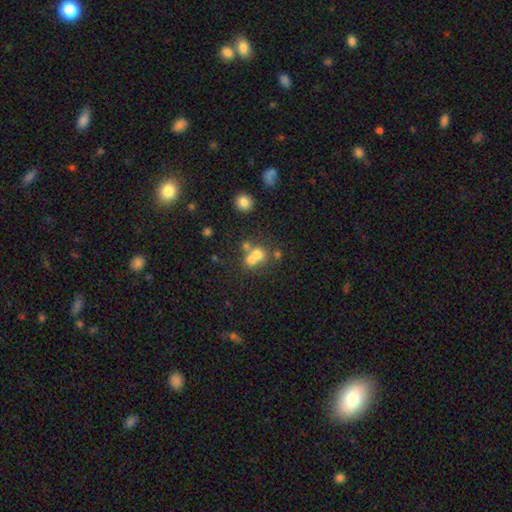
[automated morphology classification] This is likely a smooth galaxy (65%). How rounded: likely round (79%). Merging: possibly merger (58%).